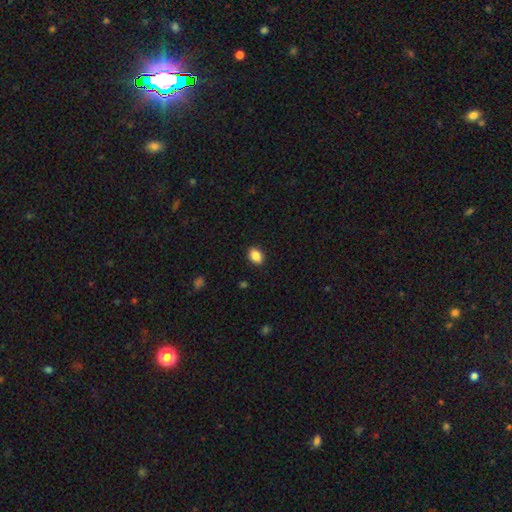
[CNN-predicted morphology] smooth 88%, star or artifact 8%, featured or disk 4%. Down the decision tree: how rounded — in between (78%); merging — none (89%).